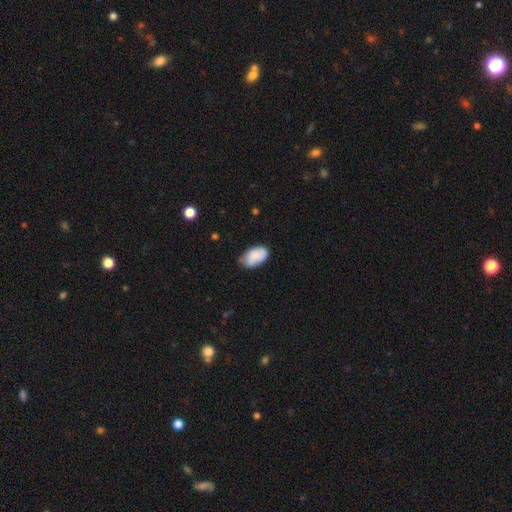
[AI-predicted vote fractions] Smooth or featured? Predicted: smooth (p=0.83). How rounded? Predicted: in between (p=0.93). Merging? Predicted: none (p=0.63).